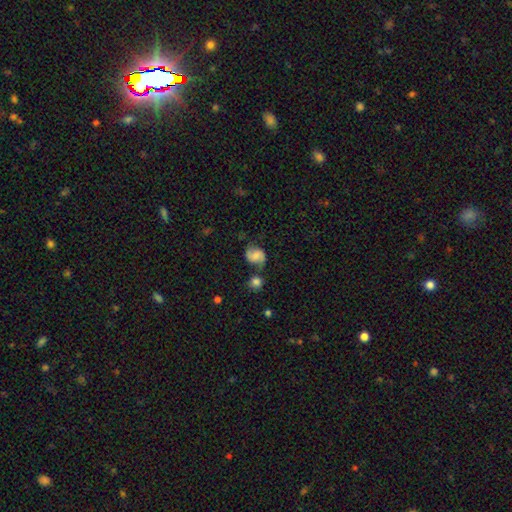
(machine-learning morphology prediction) type=featured or disk (59%); edge-on=no (98%); bar=no (48%); spiral arms=yes (91%); winding=medium (47%); arm count=2 (90%); bulge=moderate (46%); merging=none (64%).